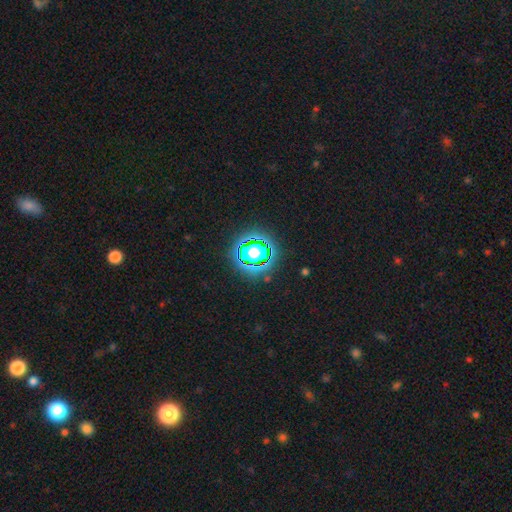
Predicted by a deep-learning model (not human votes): The model was most divided on "smooth or featured": star or artifact: 80%, smooth: 14%, featured or disk: 6%.